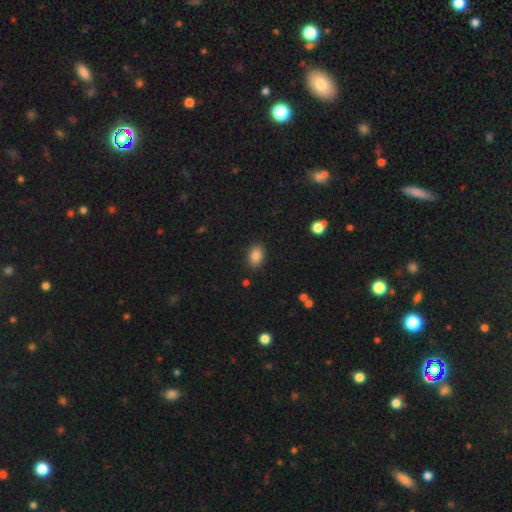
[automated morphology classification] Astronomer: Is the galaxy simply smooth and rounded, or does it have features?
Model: smooth — 87%.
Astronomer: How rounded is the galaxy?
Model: in between — 80%.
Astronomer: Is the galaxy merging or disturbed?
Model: none — 88%.